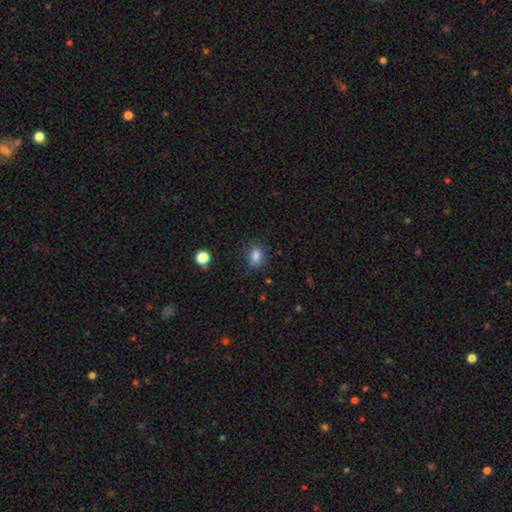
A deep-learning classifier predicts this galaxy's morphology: smooth 83%, star or artifact 11%, featured or disk 6%. Down the decision tree: how rounded — in between (69%); merging — none (68%).